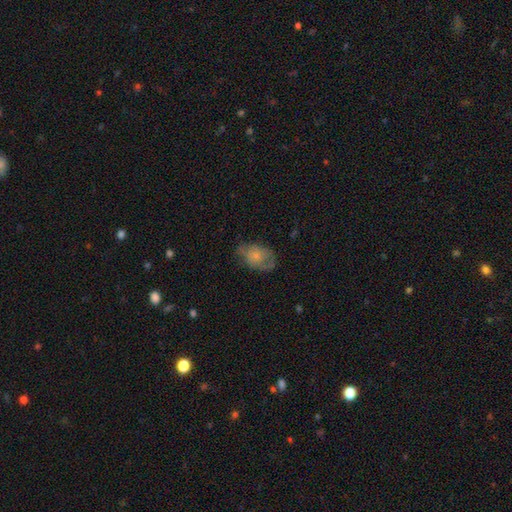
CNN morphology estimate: This appears to be a smooth galaxy with no disk features (62%) that is in between round and cigar-shaped (81%). Merging: none (51%).